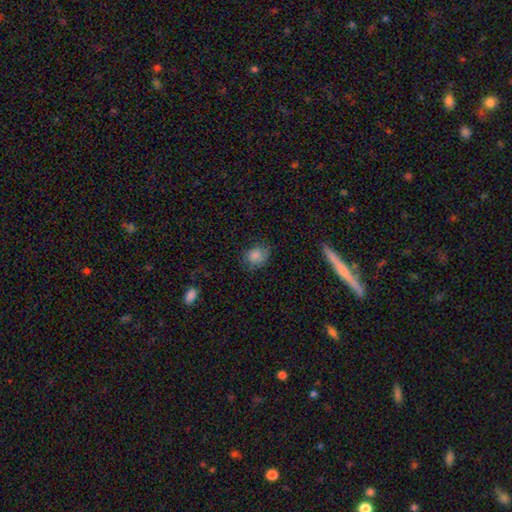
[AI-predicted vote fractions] Q: Smooth or featured?
A: smooth (82%); runner-up: star or artifact (10%)
Q: How rounded?
A: round (61%); runner-up: in between (38%)
Q: Merging?
A: none (65%); runner-up: minor disturbance (25%)